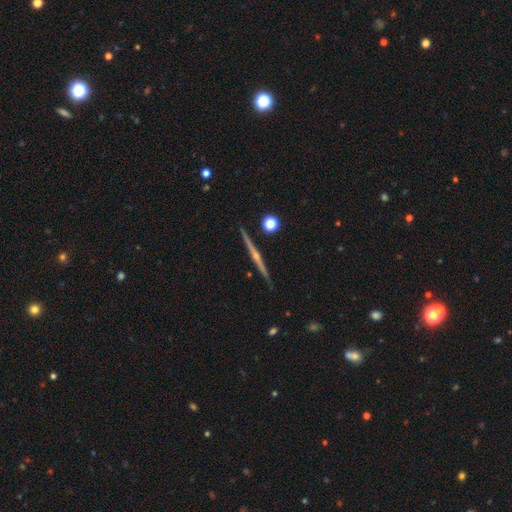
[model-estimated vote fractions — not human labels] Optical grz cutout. It shows a featured or disk galaxy (82%) viewed edge-on (99%) with a rounded central bulge (77%). Merging: none (92%).